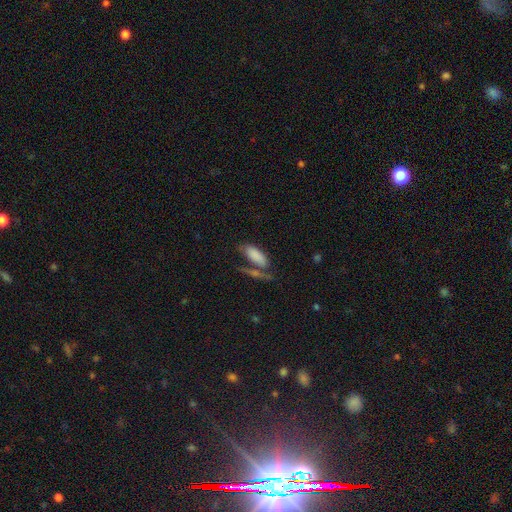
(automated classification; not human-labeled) The model was most divided on "merging": none: 45%, merger: 27%, minor disturbance: 17%, major disturbance: 11%. More confident: smooth or featured — smooth (80%); how rounded — in between (74%).